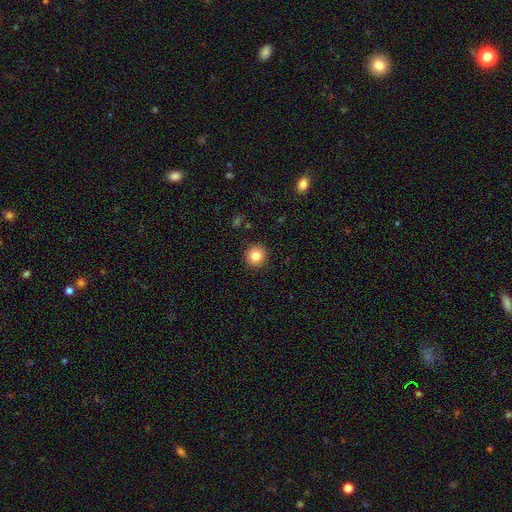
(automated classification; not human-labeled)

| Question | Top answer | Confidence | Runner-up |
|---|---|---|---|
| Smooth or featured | smooth | 82% | star or artifact (11%) |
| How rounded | round | 95% | in between (4%) |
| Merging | none | 92% | minor disturbance (5%) |